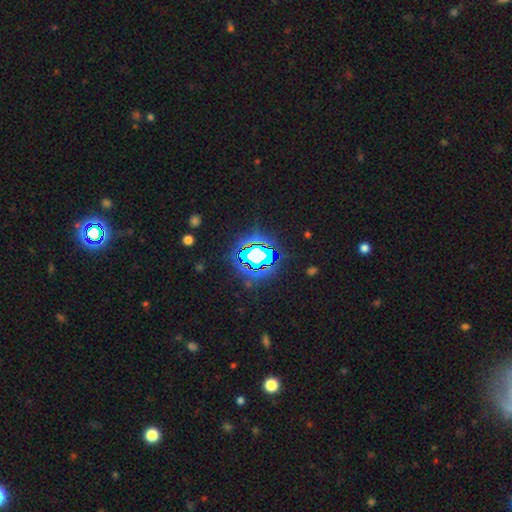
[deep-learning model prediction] smooth_or_featured: star or artifact (p=0.68) [alt: smooth p=0.19]